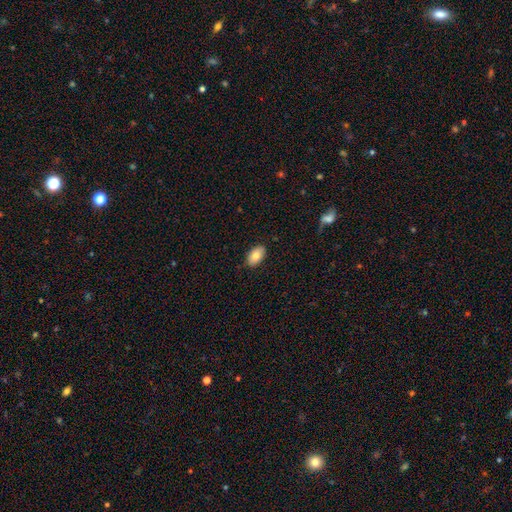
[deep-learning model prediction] This is clearly a smooth galaxy (81%). How rounded: clearly in between (93%). Merging: clearly none (87%).